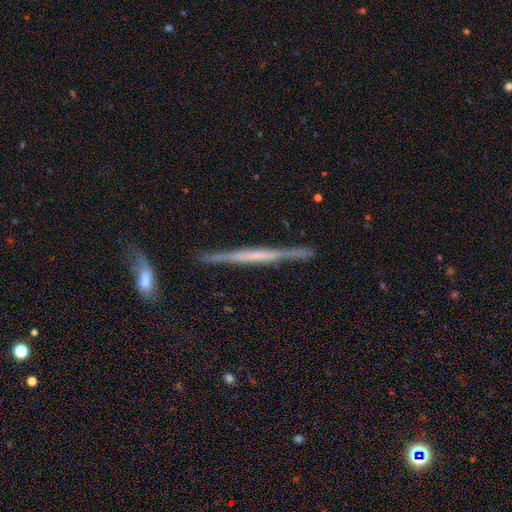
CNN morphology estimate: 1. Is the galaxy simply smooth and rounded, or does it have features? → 68% featured or disk, 25% smooth, 6% star or artifact.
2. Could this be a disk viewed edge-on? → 97% yes, 3% no.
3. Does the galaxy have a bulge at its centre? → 70% none, 16% rounded, 14% boxy.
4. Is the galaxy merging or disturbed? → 84% none, 11% minor disturbance, 3% merger, 2% major disturbance.